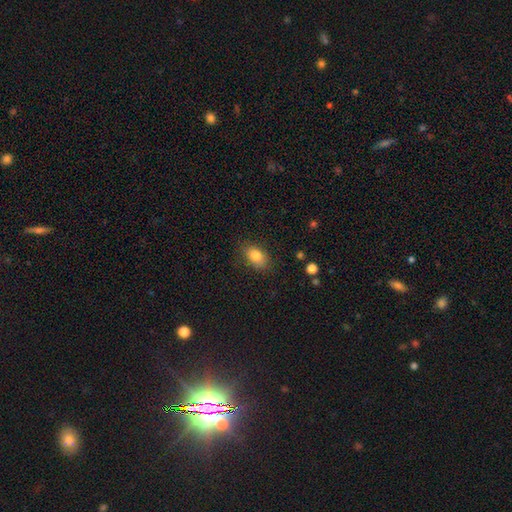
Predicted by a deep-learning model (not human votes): Smooth or featured?
  - smooth: 82% *
  - featured or disk: 9%
  - star or artifact: 9%
How rounded?
  - in between: 85% *
  - round: 13%
  - cigar-shaped: 2%
Merging?
  - none: 81% *
  - minor disturbance: 14%
  - major disturbance: 3%
  - merger: 1%